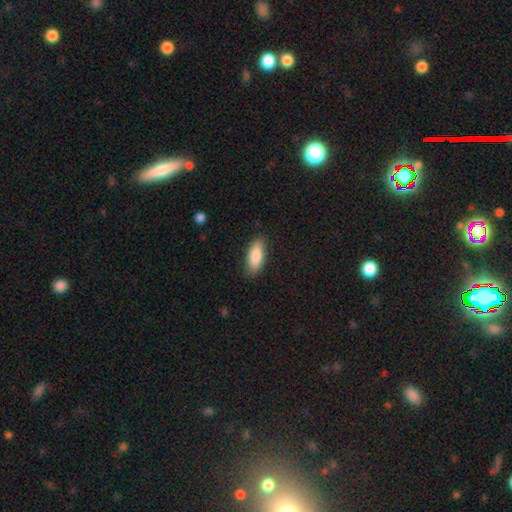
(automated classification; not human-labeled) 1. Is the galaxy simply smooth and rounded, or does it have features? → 86% smooth, 8% featured or disk, 6% star or artifact.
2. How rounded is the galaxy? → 76% in between, 22% cigar-shaped, 2% round.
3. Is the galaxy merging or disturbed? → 86% none, 11% minor disturbance, 2% major disturbance, 1% merger.